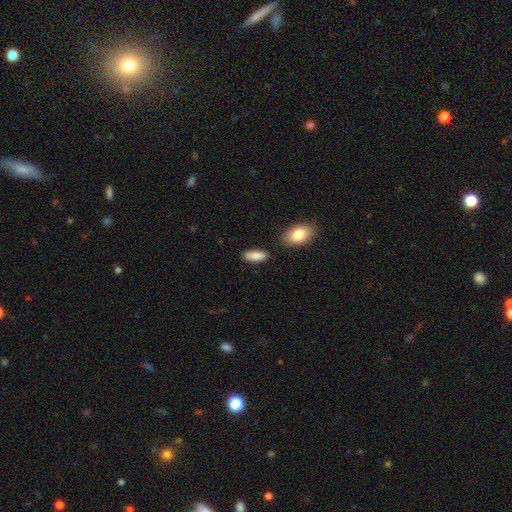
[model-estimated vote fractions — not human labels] smooth-or-featured: smooth: 87% | featured or disk: 7% | star or artifact: 6%
  how-rounded: in between: 80% | cigar-shaped: 18% | round: 2%
  merging: none: 81% | minor disturbance: 11% | merger: 5% | major disturbance: 3%